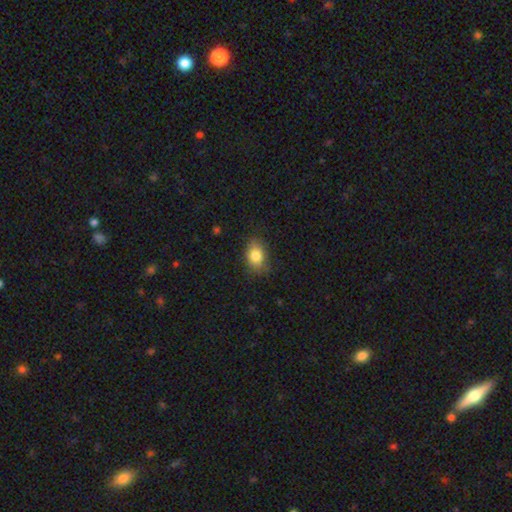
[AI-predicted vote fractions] Morphology: type=smooth (82%); roundness=in between (76%); merging=none (75%).